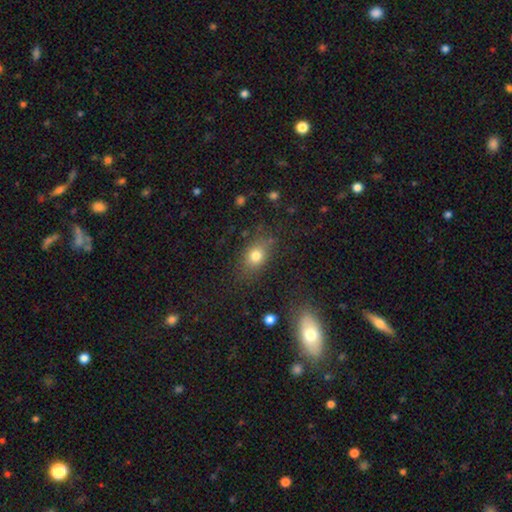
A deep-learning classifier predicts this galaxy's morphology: The model was most divided on "how rounded": in between: 56%, round: 41%, cigar-shaped: 3%. More confident: merging — none (77%); smooth or featured — smooth (76%).